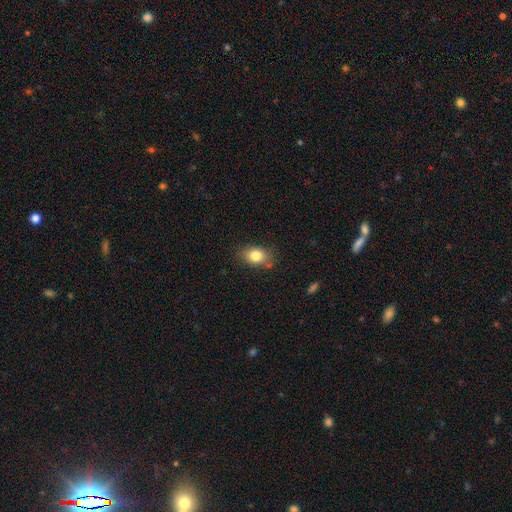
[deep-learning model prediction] smooth_or_featured: smooth (p=0.82) [alt: star or artifact p=0.09]
how_rounded: in between (p=0.71) [alt: round p=0.27]
merging: none (p=0.76) [alt: minor disturbance p=0.16]